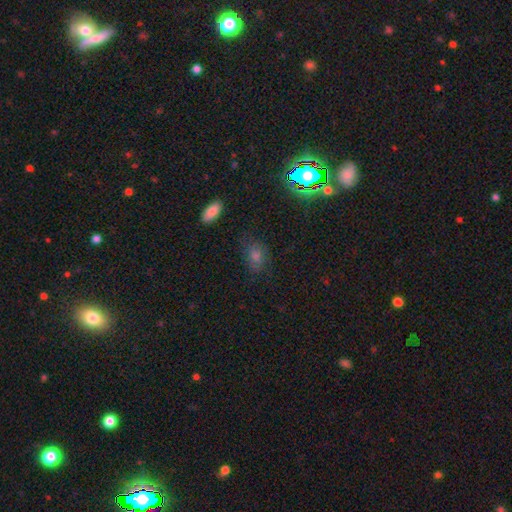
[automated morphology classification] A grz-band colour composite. It shows a smooth galaxy with no disk features (55%) that is in between round and cigar-shaped (68%). Merging: none (78%).